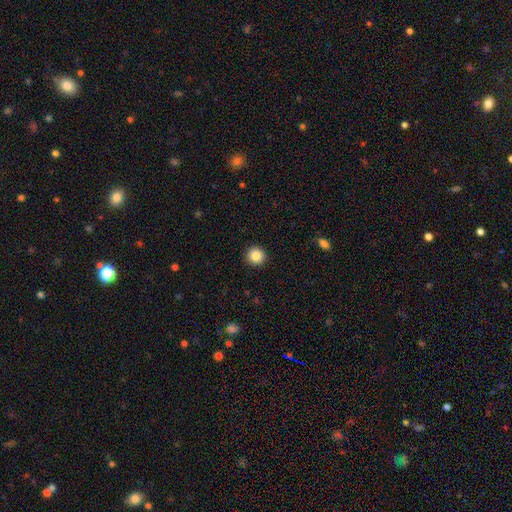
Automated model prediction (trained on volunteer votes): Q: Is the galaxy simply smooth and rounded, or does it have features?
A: smooth — 85%.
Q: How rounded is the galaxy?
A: round — 94%.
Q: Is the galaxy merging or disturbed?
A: none — 93%.